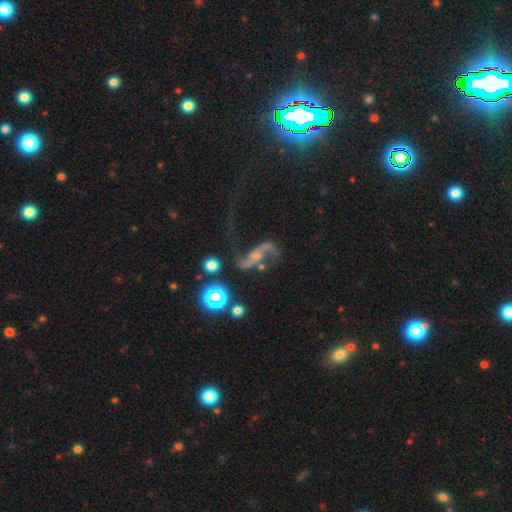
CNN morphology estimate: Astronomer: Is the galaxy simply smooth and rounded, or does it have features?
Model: featured or disk — 83%.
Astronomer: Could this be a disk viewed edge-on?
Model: no — 95%.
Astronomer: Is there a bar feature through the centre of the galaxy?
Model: no — 47% (runner-up: weak, 33%).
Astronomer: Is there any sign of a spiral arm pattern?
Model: yes — 94%.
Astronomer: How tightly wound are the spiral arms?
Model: loose — 87%.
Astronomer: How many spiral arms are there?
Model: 2 — 90%.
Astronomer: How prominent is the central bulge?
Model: small — 45% (runner-up: moderate, 33%).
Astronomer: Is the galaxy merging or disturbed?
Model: none — 48% (runner-up: major disturbance, 25%).